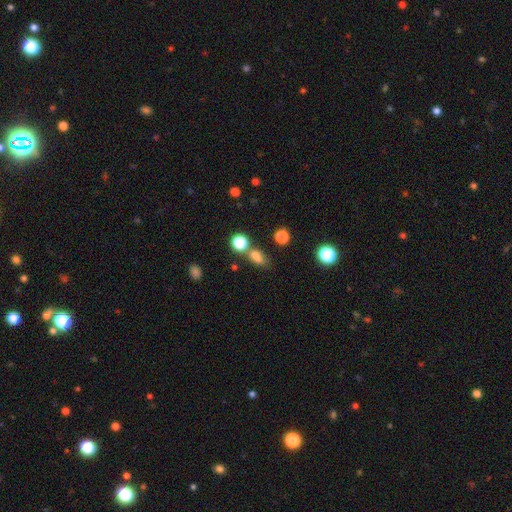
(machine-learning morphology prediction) Q: Smooth or featured?
A: smooth (71%); runner-up: star or artifact (20%)
Q: How rounded?
A: round (51%); runner-up: in between (45%)
Q: Merging?
A: none (49%); runner-up: merger (32%)